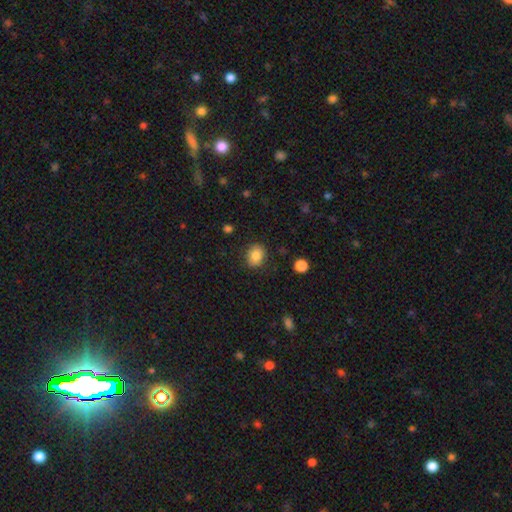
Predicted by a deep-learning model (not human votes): smooth-or-featured: smooth: 83% | star or artifact: 9% | featured or disk: 7%
  how-rounded: round: 63% | in between: 36% | cigar-shaped: 1%
  merging: none: 85% | minor disturbance: 11% | major disturbance: 3% | merger: 1%